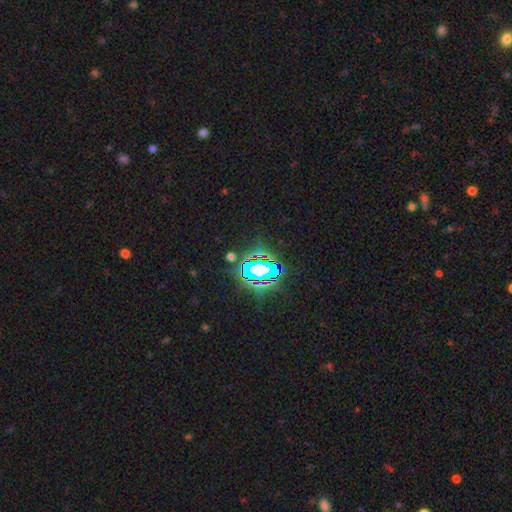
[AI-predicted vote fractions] Overall: star or artifact (81%).